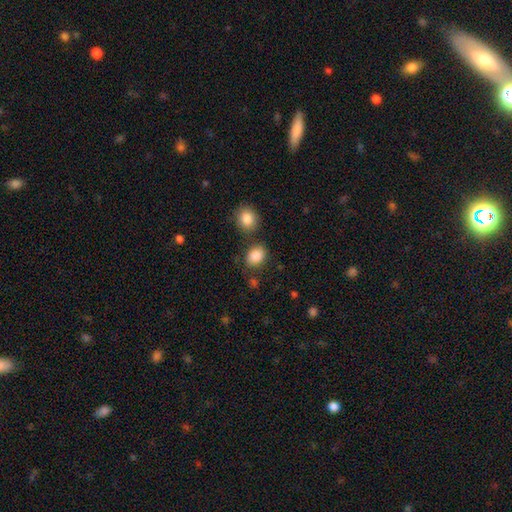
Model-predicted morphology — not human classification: Overall: smooth (86%). How rounded: in between (58%; round 41%). Merging: none (75%).